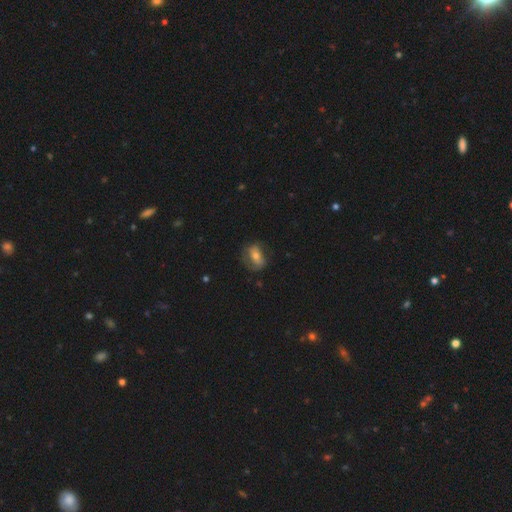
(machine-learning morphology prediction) The model was most divided on "smooth or featured": smooth: 56%, featured or disk: 35%, star or artifact: 9%. More confident: how rounded — in between (76%); merging — none (61%).